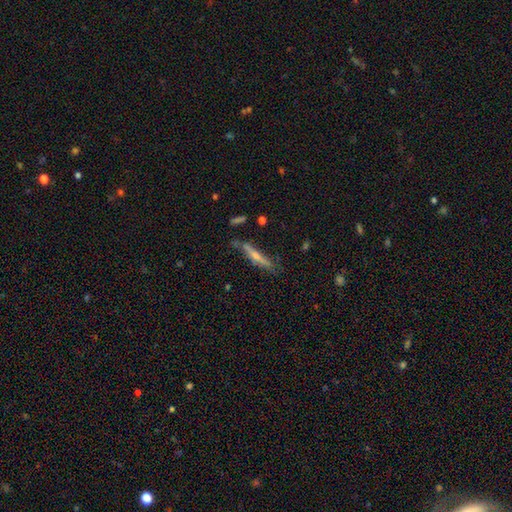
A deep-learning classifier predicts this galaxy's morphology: The model was most divided on "smooth or featured": featured or disk: 55%, smooth: 38%, star or artifact: 7%. More confident: edge-on disk — yes (92%); merging — none (73%); edge-on bulge — rounded (69%).